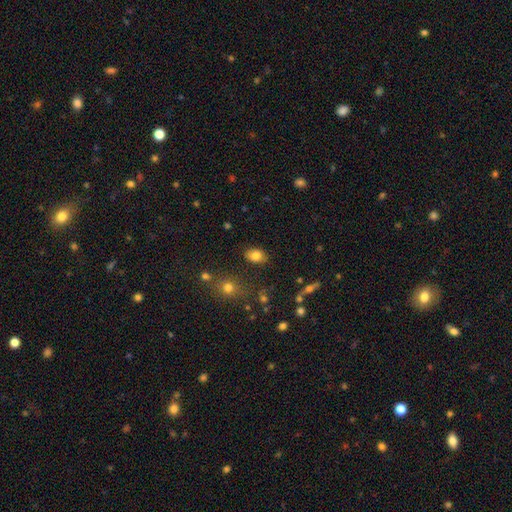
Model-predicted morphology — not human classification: Smooth or featured? Predicted: smooth (p=0.82). How rounded? Predicted: in between (p=0.81). Merging? Predicted: none (p=0.84).